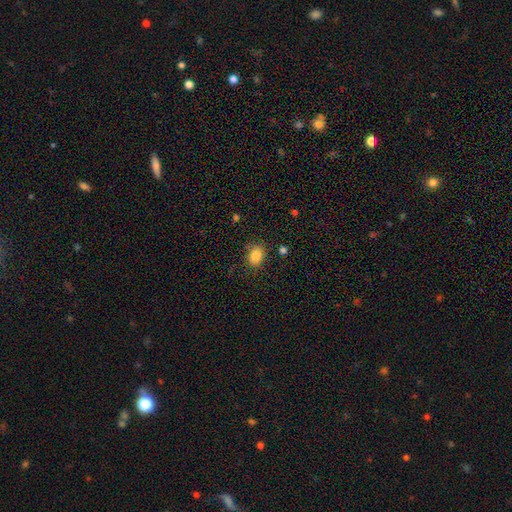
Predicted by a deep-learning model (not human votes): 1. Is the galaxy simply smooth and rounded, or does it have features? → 84% smooth, 10% star or artifact, 6% featured or disk.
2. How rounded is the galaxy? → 53% in between, 46% round, 1% cigar-shaped.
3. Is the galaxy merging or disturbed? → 79% none, 15% minor disturbance, 4% major disturbance, 3% merger.